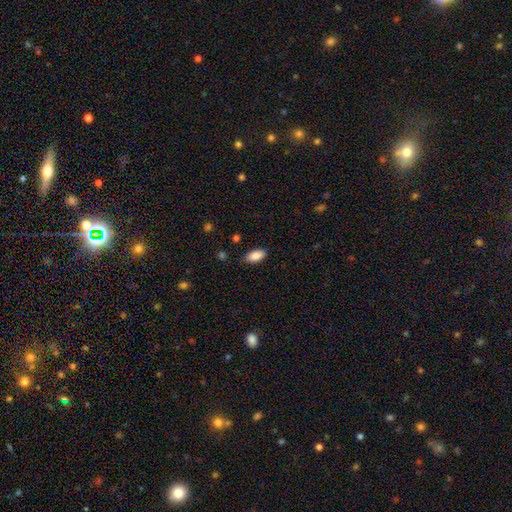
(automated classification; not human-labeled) Smooth or featured?
  - smooth: 88% *
  - star or artifact: 7%
  - featured or disk: 5%
How rounded?
  - in between: 92% *
  - cigar-shaped: 6%
  - round: 2%
Merging?
  - none: 84% *
  - minor disturbance: 13%
  - major disturbance: 2%
  - merger: 1%